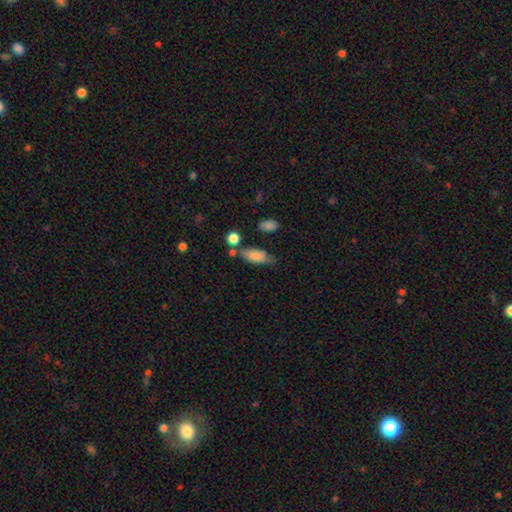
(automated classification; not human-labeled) smooth 82%, featured or disk 11%, star or artifact 7%. Down the decision tree: how rounded — in between (79%); merging — none (58%).